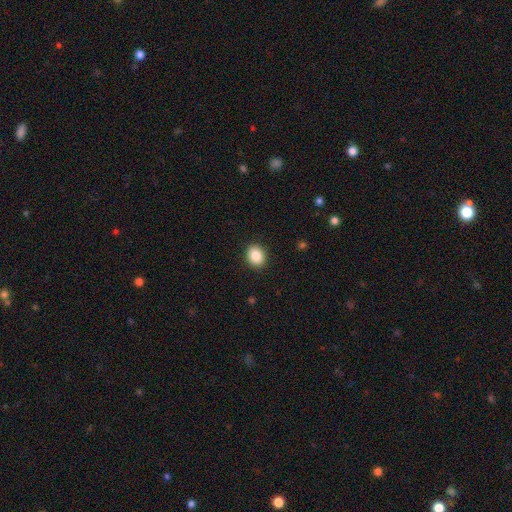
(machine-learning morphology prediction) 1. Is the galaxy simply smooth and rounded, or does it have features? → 87% smooth, 9% star or artifact, 5% featured or disk.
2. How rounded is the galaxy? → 56% round, 43% in between, 1% cigar-shaped.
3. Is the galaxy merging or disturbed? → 91% none, 6% minor disturbance, 2% major disturbance, 1% merger.